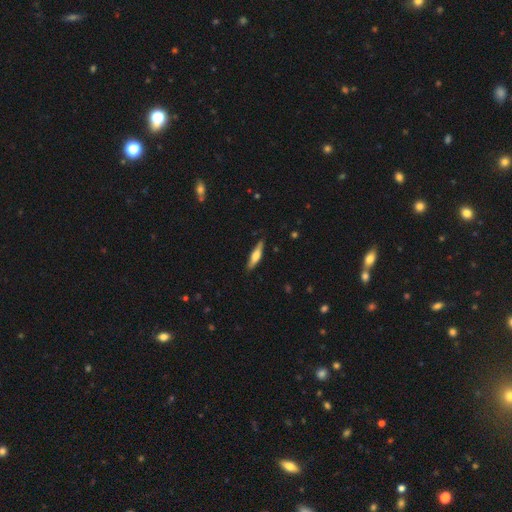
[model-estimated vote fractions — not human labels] Smooth or featured?
  - smooth: 55% *
  - featured or disk: 39%
  - star or artifact: 6%
How rounded?
  - cigar-shaped: 74% *
  - in between: 24%
  - round: 2%
Merging?
  - none: 82% *
  - minor disturbance: 14%
  - major disturbance: 3%
  - merger: 1%